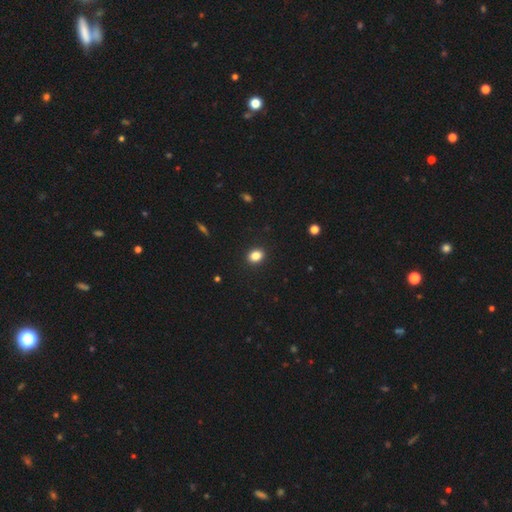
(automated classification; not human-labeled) smooth 85%, star or artifact 10%, featured or disk 5%. Down the decision tree: how rounded — in between (54%); merging — none (91%).